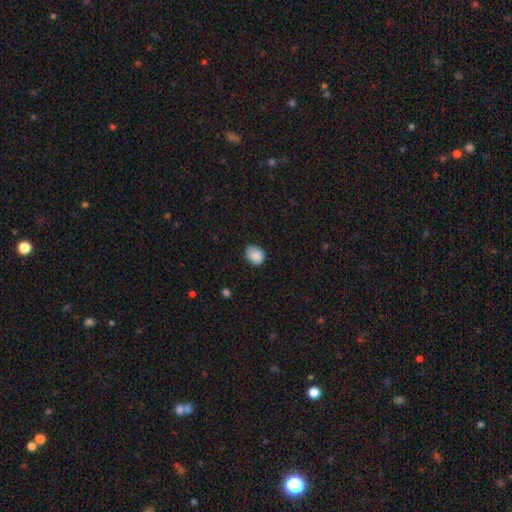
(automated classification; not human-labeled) The model was most divided on "how rounded": in between: 53%, round: 46%, cigar-shaped: 1%. More confident: smooth or featured — smooth (86%); merging — none (70%).